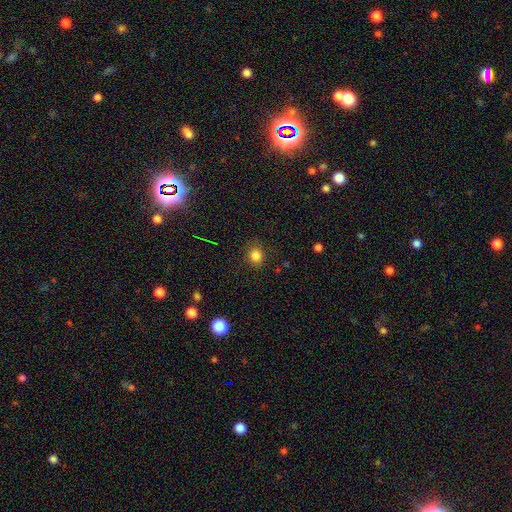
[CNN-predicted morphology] A smooth galaxy with no disk features (83%) that is round (70%).

Vote fractions:
- Smooth or featured? smooth: 83% / star or artifact: 12% / featured or disk: 5%
- How rounded? round: 70% / in between: 29% / cigar-shaped: 1%
- Merging? none: 85% / minor disturbance: 10% / major disturbance: 3% / merger: 1%